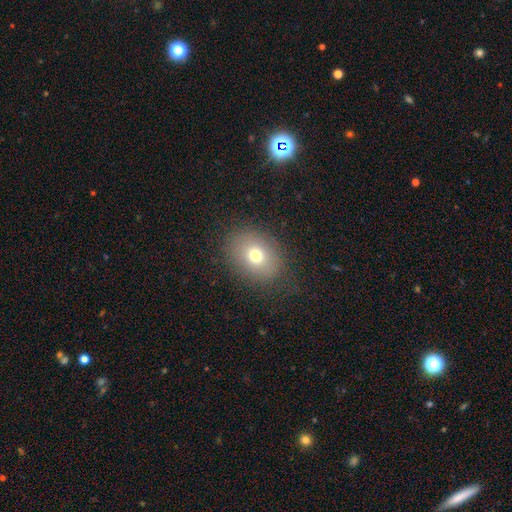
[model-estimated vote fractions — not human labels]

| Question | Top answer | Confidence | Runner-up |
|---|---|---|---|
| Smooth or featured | smooth | 72% | featured or disk (15%) |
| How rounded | in between | 56% | round (43%) |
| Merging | none | 80% | minor disturbance (13%) |